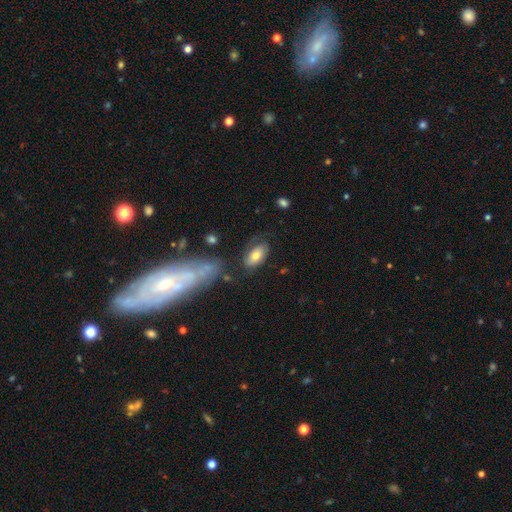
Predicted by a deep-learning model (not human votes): Smooth or featured? smooth (68%)
How rounded? in between (93%)
Merging? none (67%)